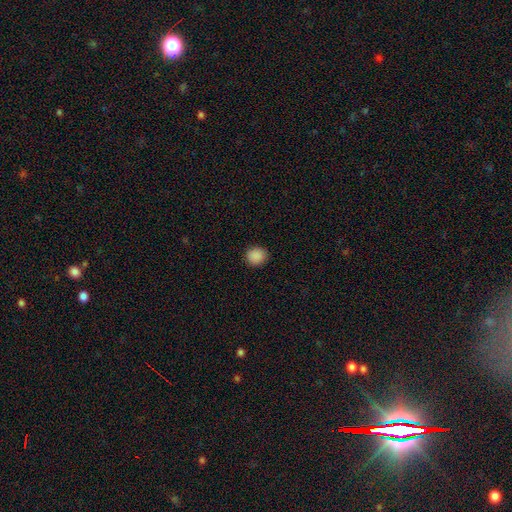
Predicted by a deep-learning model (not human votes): A smooth galaxy with no disk features (88%) that is round (83%).

Vote fractions:
- Smooth or featured? smooth: 88% / star or artifact: 9% / featured or disk: 2%
- How rounded? round: 83% / in between: 16% / cigar-shaped: 1%
- Merging? none: 90% / minor disturbance: 7% / major disturbance: 2% / merger: 1%